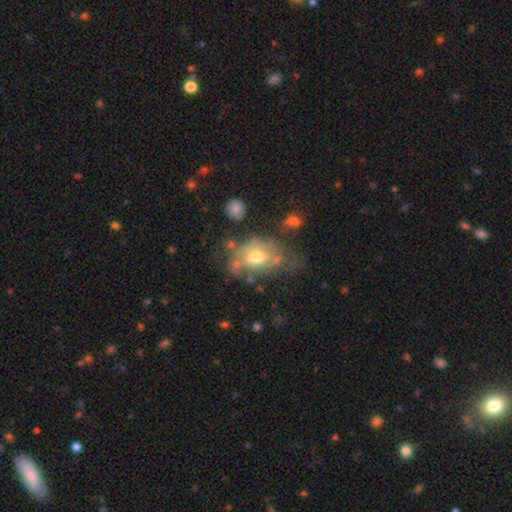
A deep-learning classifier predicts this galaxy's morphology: This is possibly a smooth galaxy (53%). How rounded: likely in between (73%). Merging: marginally none (34%).